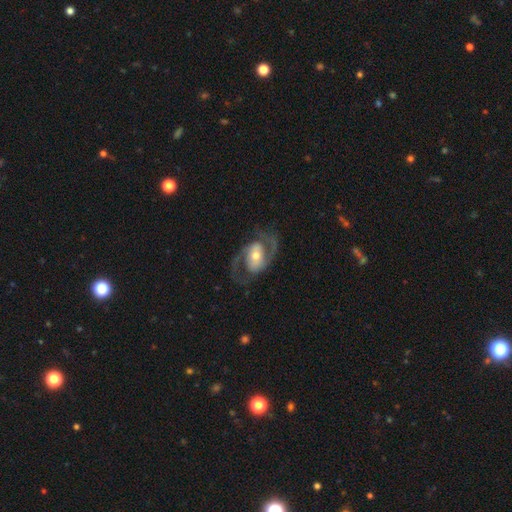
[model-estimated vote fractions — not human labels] A featured or disk galaxy (87%) with no bar (38%), 2 (92%) medium (58%) spiral arms (94%) and a moderate central bulge (60%).

Vote fractions:
- Smooth or featured? featured or disk: 87% / smooth: 8% / star or artifact: 5%
- Edge-on disk? no: 97% / yes: 3%
- Bar? no: 38% / weak: 36% / strong: 26%
- Spiral arms? yes: 94% / no: 6%
- Spiral winding? medium: 58% / loose: 26% / tight: 16%
- Spiral arm count? 2: 92% / can't tell: 3% / 1: 2% / 3: 1% / 4: 1% / more than 4: 1%
- Bulge size? moderate: 60% / small: 28% / large: 9% / dominant: 1% / none: 1%
- Merging? none: 75% / minor disturbance: 12% / major disturbance: 11% / merger: 1%